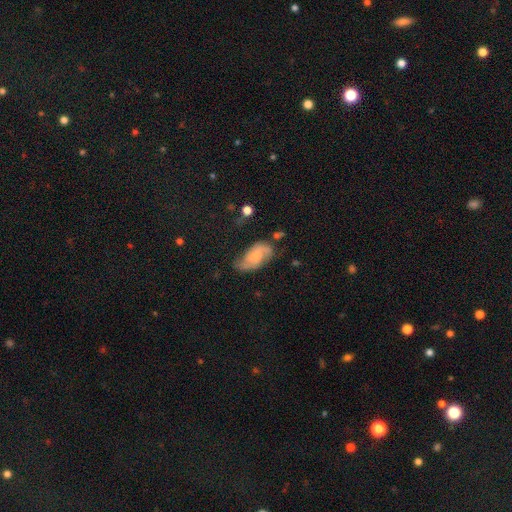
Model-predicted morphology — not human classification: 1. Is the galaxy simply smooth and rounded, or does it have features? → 62% featured or disk, 30% smooth, 8% star or artifact.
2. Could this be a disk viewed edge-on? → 95% no, 5% yes.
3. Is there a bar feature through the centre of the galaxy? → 60% no, 33% weak, 7% strong.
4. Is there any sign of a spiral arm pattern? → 90% yes, 10% no.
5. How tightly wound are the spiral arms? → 43% medium, 37% loose, 20% tight.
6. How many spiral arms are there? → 78% 2, 11% can't tell, 5% 3, 4% 1, 1% 4, 1% more than 4.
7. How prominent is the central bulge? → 44% small, 32% moderate, 17% none, 6% large, 2% dominant.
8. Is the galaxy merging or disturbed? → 54% none, 29% minor disturbance, 14% major disturbance, 3% merger.